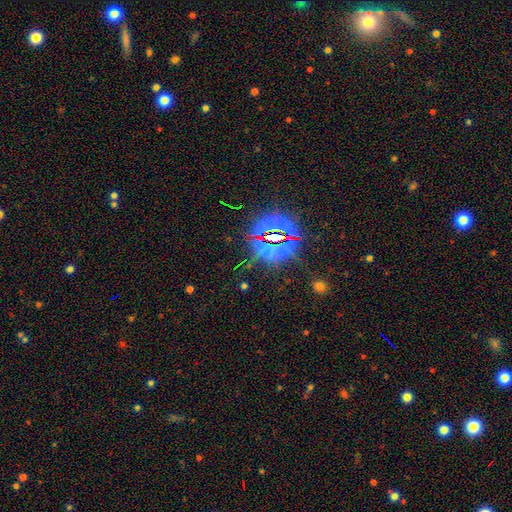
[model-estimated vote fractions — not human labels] This is clearly a star or artifact rather than a galaxy (84%).